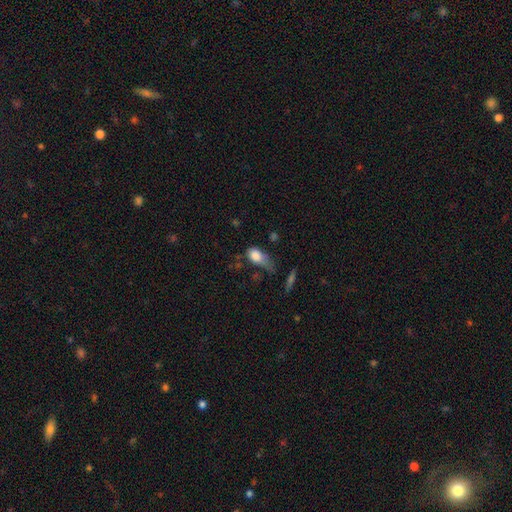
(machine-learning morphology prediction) type=smooth (78%); roundness=in between (81%); merging=major disturbance (36%).